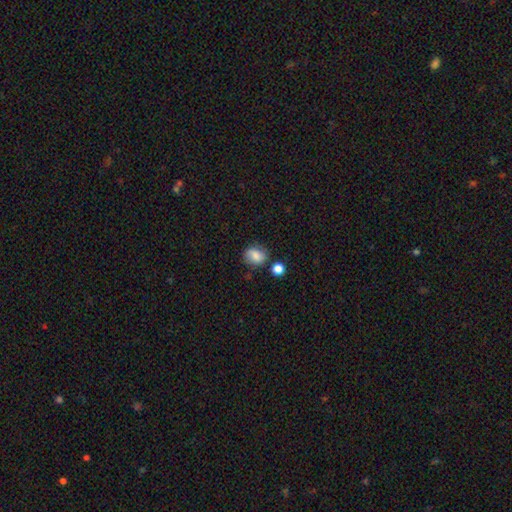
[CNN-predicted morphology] Smooth or featured? smooth (77%)
How rounded? round (56%)
Merging? none (71%)